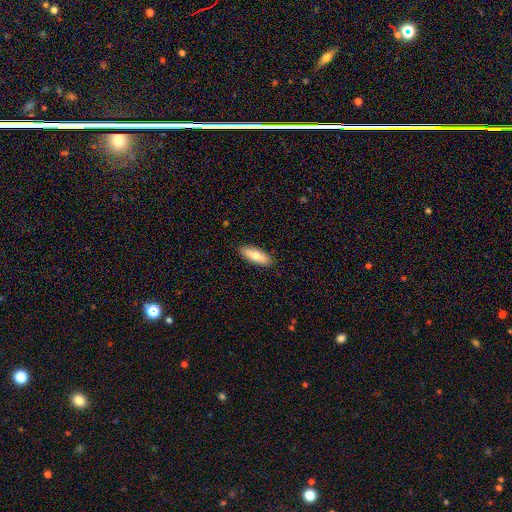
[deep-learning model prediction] smooth 76%, featured or disk 18%, star or artifact 6%. Down the decision tree: how rounded — in between (62%); merging — none (89%).